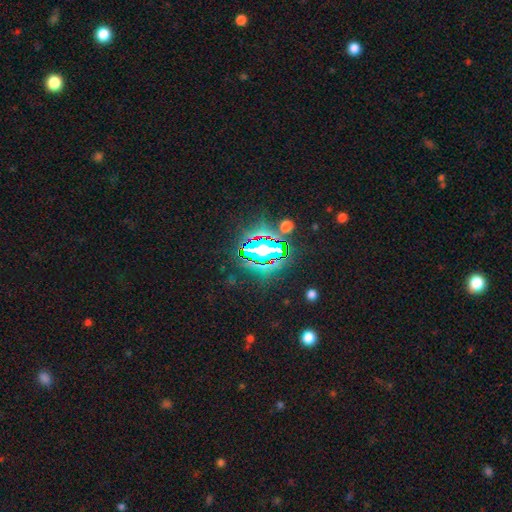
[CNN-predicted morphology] Smooth or featured? star or artifact (79%)